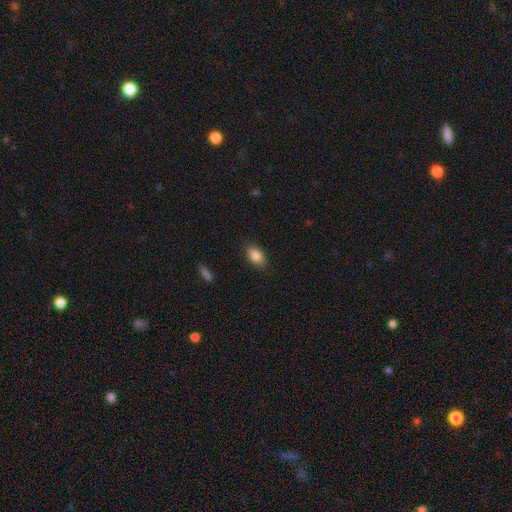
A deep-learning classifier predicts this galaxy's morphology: This is clearly a smooth galaxy (86%). How rounded: clearly in between (90%). Merging: clearly none (86%).